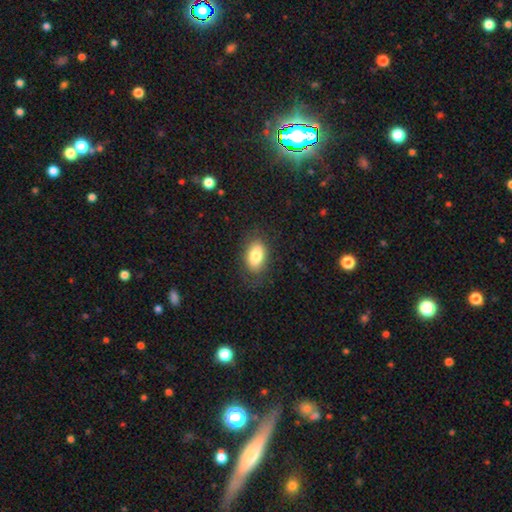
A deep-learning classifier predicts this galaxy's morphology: Smooth or featured? smooth (81%)
How rounded? in between (90%)
Merging? none (80%)